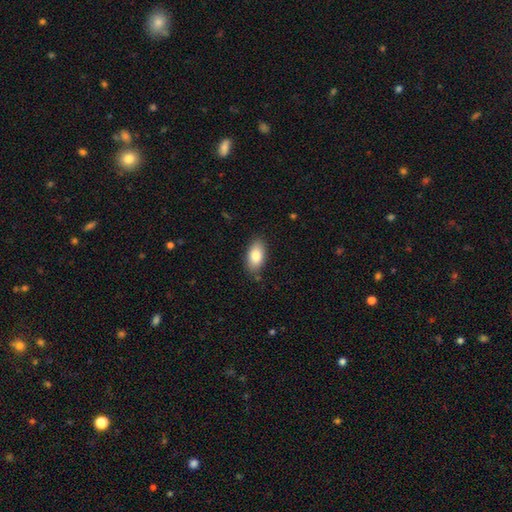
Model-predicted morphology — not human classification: A smooth galaxy with no disk features (83%) that is in between round and cigar-shaped (93%).

Vote fractions:
- Smooth or featured? smooth: 83% / featured or disk: 10% / star or artifact: 7%
- How rounded? in between: 93% / round: 4% / cigar-shaped: 3%
- Merging? none: 84% / minor disturbance: 12% / major disturbance: 2% / merger: 1%